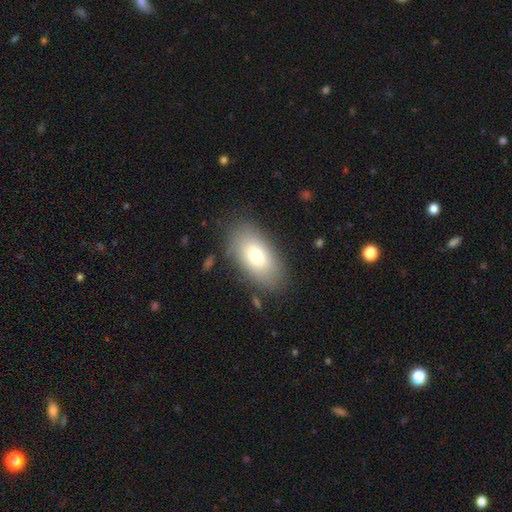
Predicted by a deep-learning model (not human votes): This is likely a smooth galaxy (76%). How rounded: clearly in between (92%). Merging: clearly none (81%).